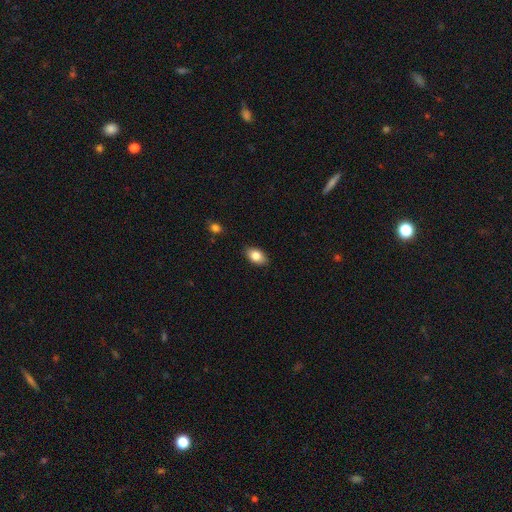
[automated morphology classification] smooth-or-featured: smooth: 83% | featured or disk: 9% | star or artifact: 7%
  how-rounded: in between: 91% | round: 7% | cigar-shaped: 2%
  merging: none: 87% | minor disturbance: 10% | major disturbance: 2% | merger: 1%